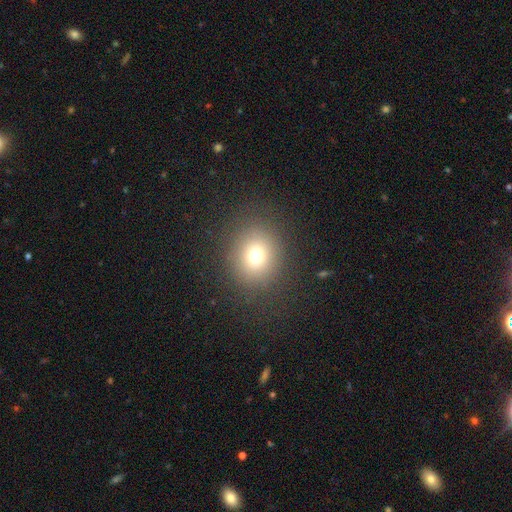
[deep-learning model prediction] A smooth galaxy with no disk features (72%) that is round (81%).

Vote fractions:
- Smooth or featured? smooth: 72% / star or artifact: 18% / featured or disk: 10%
- How rounded? round: 81% / in between: 18% / cigar-shaped: 1%
- Merging? none: 87% / minor disturbance: 7% / major disturbance: 5% / merger: 1%